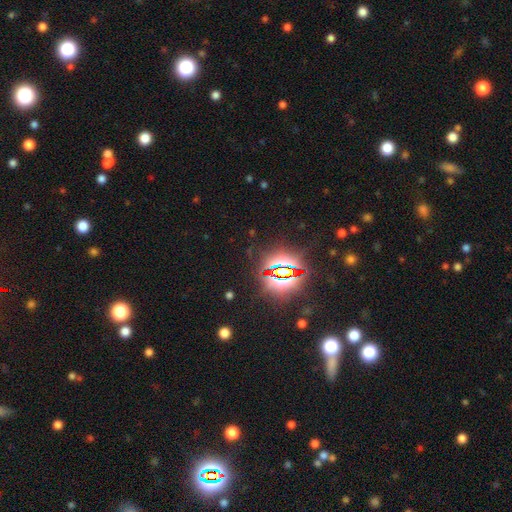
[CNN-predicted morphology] type=star or artifact (82%).